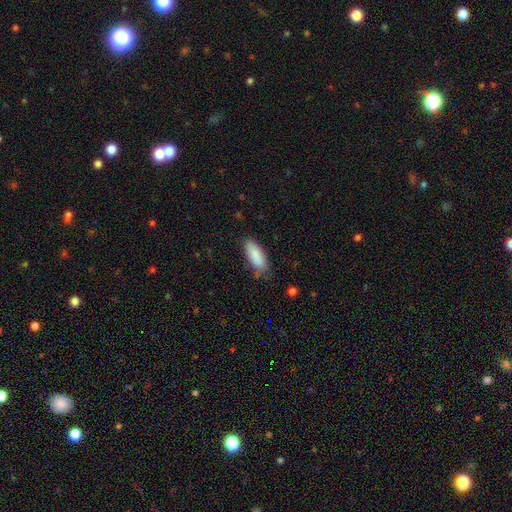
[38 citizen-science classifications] This is clearly a smooth galaxy (95%). How rounded: possibly cigar-shaped (56%). Merging: likely none (68%).